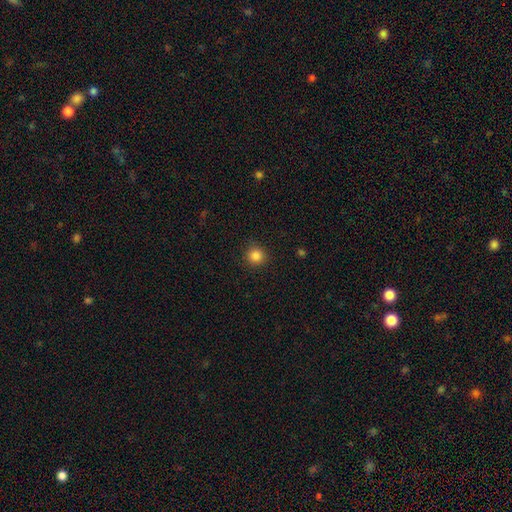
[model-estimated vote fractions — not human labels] This is clearly a smooth galaxy (85%). How rounded: clearly round (93%). Merging: clearly none (89%).